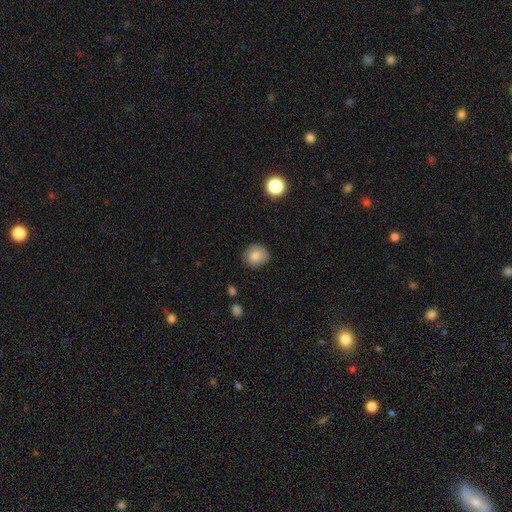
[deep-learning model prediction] smooth 82%, star or artifact 9%, featured or disk 9%. Down the decision tree: how rounded — round (83%); merging — none (82%).